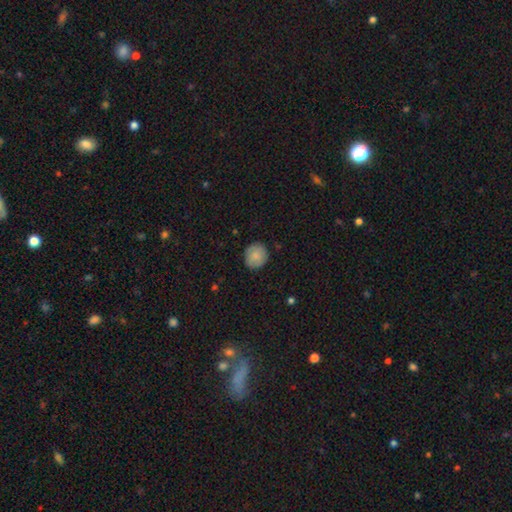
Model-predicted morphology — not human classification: Smooth or featured? Predicted: smooth (p=0.84). How rounded? Predicted: round (p=0.87). Merging? Predicted: none (p=0.87).